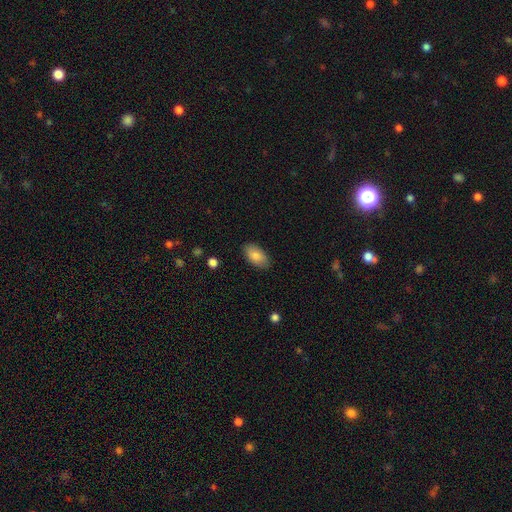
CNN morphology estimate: Smooth or featured? Predicted: smooth (p=0.84). How rounded? Predicted: in between (p=0.94). Merging? Predicted: none (p=0.86).